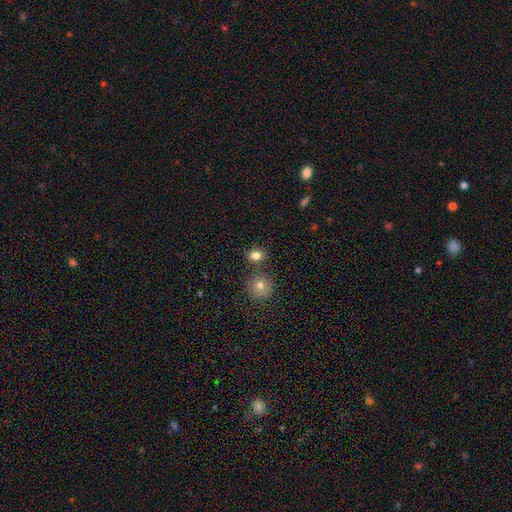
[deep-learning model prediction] A smooth galaxy with no disk features (81%) that is in between round and cigar-shaped (49%, tied with round). Merging: none (75%).